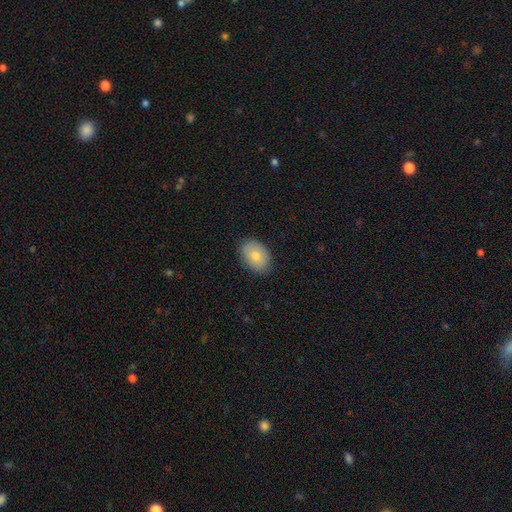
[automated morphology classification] Smooth or featured? smooth (76%)
How rounded? in between (81%)
Merging? none (84%)